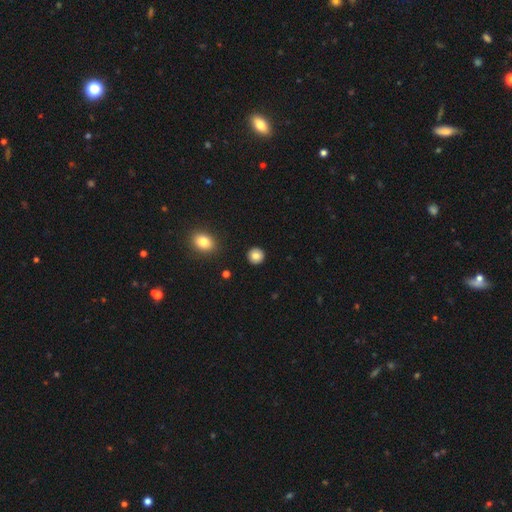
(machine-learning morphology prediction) smooth 83%, star or artifact 9%, featured or disk 8%. Down the decision tree: how rounded — round (93%); merging — none (92%).